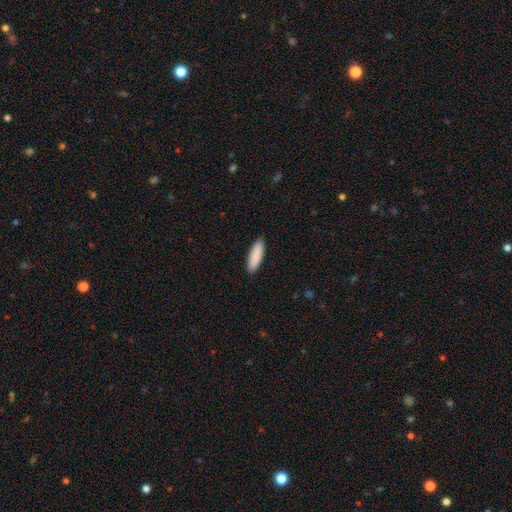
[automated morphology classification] A smooth galaxy with no disk features (90%) that is cigar-shaped (58%).

Vote fractions:
- Smooth or featured? smooth: 90% / star or artifact: 5% / featured or disk: 5%
- How rounded? cigar-shaped: 58% / in between: 41% / round: 1%
- Merging? none: 90% / minor disturbance: 8% / major disturbance: 2% / merger: 1%